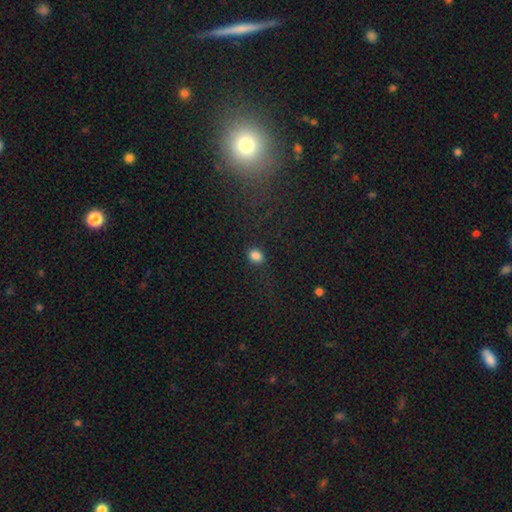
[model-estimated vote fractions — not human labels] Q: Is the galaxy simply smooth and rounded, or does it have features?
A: smooth — 84%.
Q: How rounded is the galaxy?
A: in between — 51%.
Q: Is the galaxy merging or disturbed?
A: none — 85%.